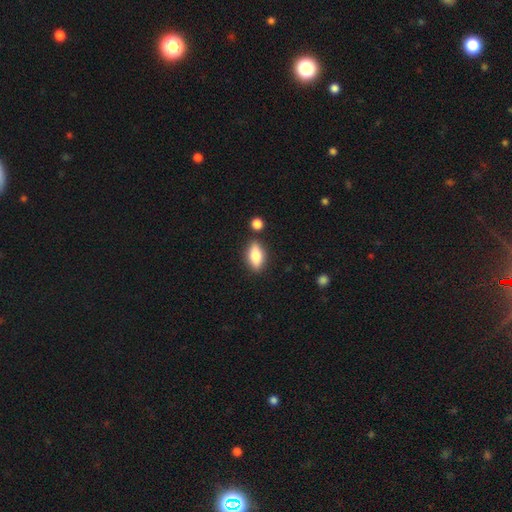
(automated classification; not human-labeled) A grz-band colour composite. It shows a smooth galaxy with no disk features (75%) that is in between round and cigar-shaped (82%). Merging: none (82%).